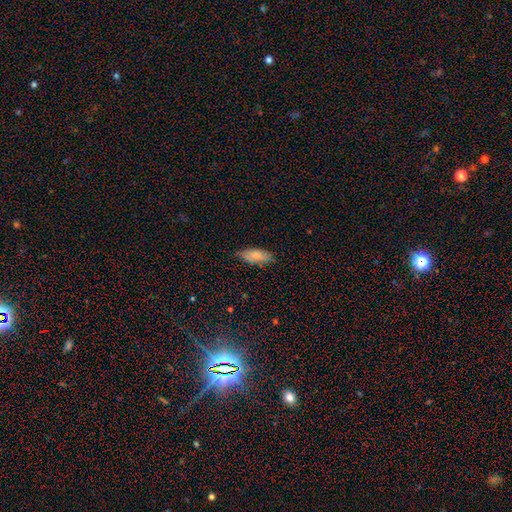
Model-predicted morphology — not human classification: type=smooth (74%); roundness=in between (81%); merging=none (79%).